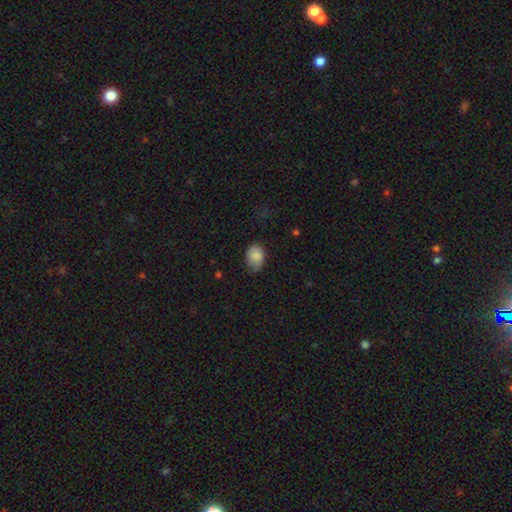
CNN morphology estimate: A smooth galaxy with no disk features (84%) that is in between round and cigar-shaped (77%). Merging: none (64%).